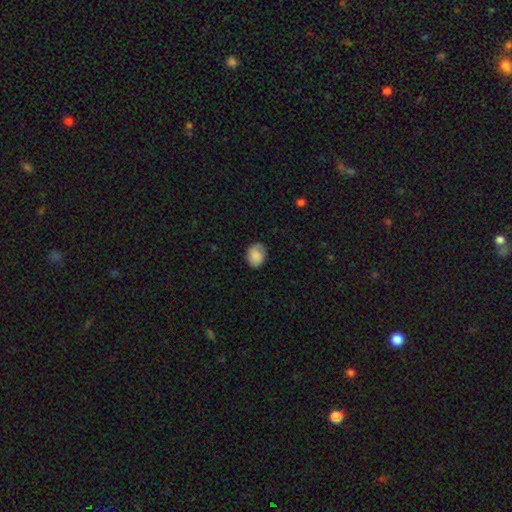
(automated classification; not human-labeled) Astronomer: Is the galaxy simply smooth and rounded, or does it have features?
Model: smooth — 85%.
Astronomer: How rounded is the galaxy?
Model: round — 50% (runner-up: in between, 49%).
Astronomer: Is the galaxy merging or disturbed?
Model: none — 79%.